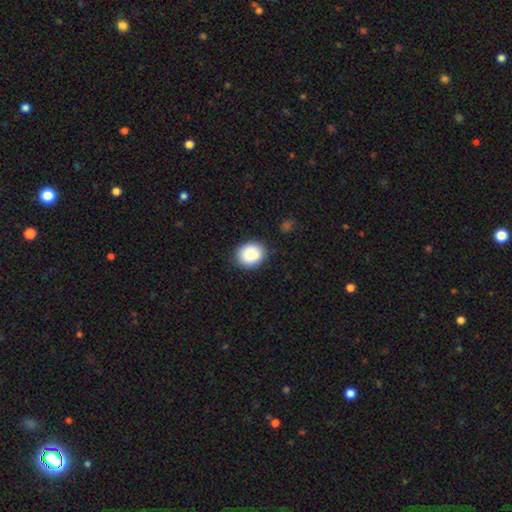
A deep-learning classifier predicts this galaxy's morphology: A smooth galaxy with no disk features (88%) that is round (66%).

Vote fractions:
- Smooth or featured? smooth: 88% / star or artifact: 8% / featured or disk: 5%
- How rounded? round: 66% / in between: 34% / cigar-shaped: 1%
- Merging? none: 85% / minor disturbance: 10% / major disturbance: 3% / merger: 2%